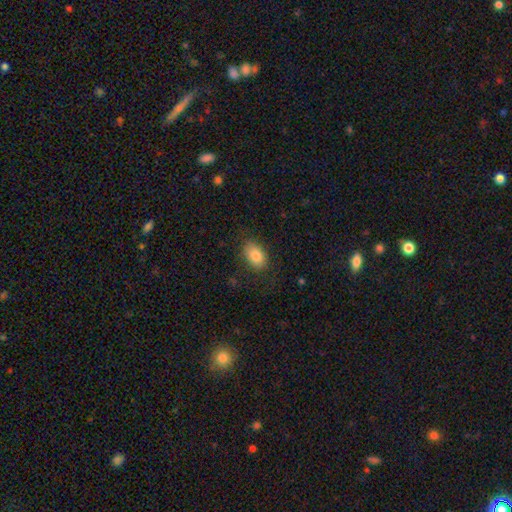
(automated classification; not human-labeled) The model was most divided on "merging": none: 82%, minor disturbance: 13%, major disturbance: 4%, merger: 1%. More confident: how rounded — in between (85%); smooth or featured — smooth (83%).